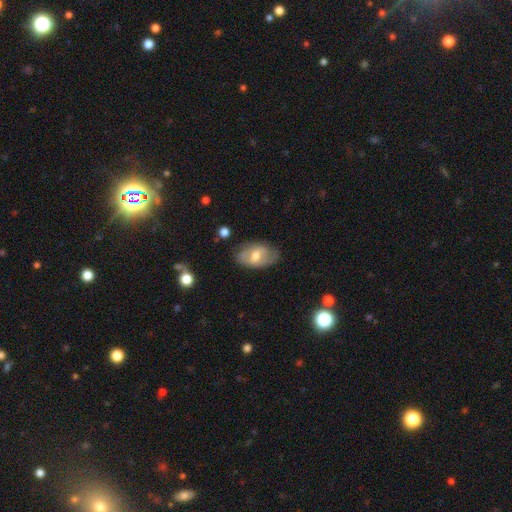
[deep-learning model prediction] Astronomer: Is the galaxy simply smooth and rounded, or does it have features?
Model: featured or disk — 51% (runner-up: smooth, 43%).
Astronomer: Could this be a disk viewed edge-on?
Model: no — 92%.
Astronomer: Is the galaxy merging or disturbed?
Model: none — 71%.